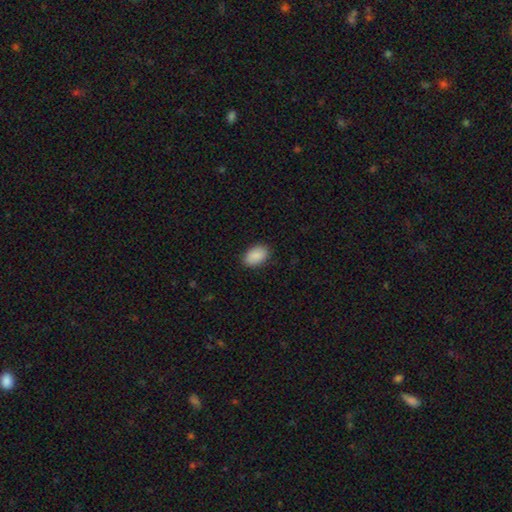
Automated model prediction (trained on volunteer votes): Smooth or featured? smooth (89%)
How rounded? in between (89%)
Merging? none (87%)